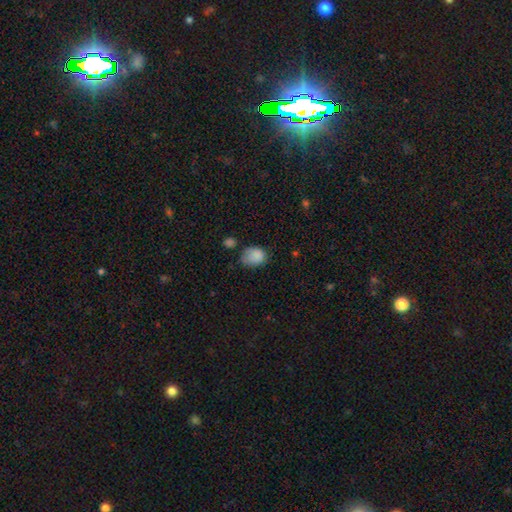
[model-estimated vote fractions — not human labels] Smooth or featured? smooth (84%)
How rounded? in between (63%)
Merging? none (44%)